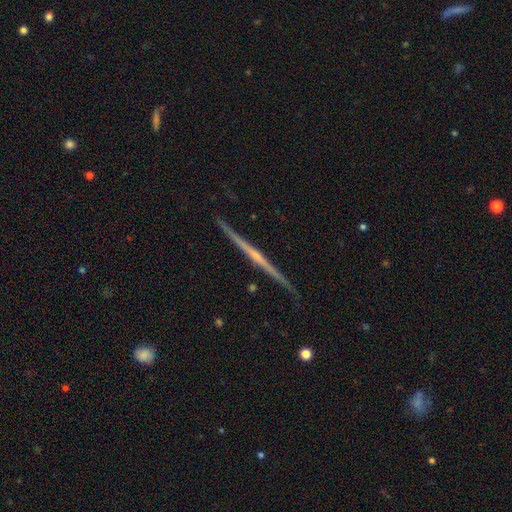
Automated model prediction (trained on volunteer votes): Overall: featured or disk (84%). Edge-on disk: yes (98%). Edge-on bulge: rounded (57%; none 35%). Merging: none (91%).